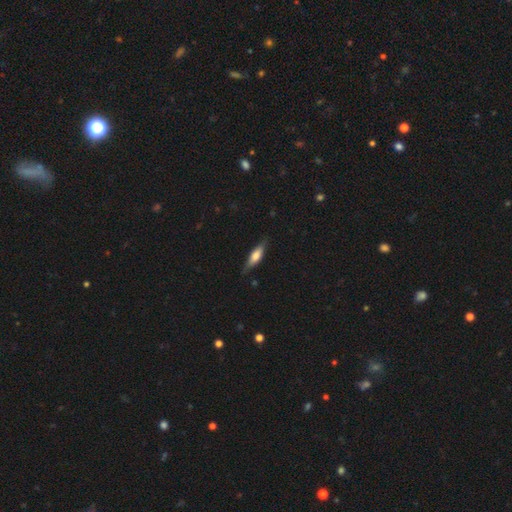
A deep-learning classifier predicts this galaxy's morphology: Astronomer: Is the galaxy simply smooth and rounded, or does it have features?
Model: smooth — 53% (runner-up: featured or disk, 41%).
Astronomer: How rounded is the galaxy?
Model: cigar-shaped — 58% (runner-up: in between, 40%).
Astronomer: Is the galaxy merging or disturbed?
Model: none — 80%.